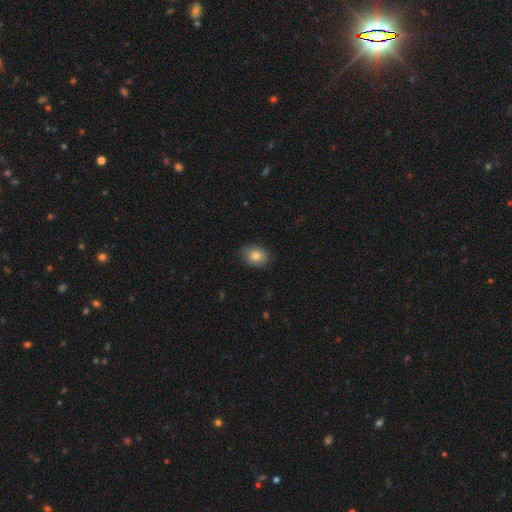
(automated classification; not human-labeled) Smooth or featured?
  - smooth: 84% *
  - featured or disk: 8%
  - star or artifact: 8%
How rounded?
  - in between: 65% *
  - round: 34%
  - cigar-shaped: 1%
Merging?
  - none: 83% *
  - minor disturbance: 13%
  - major disturbance: 2%
  - merger: 1%